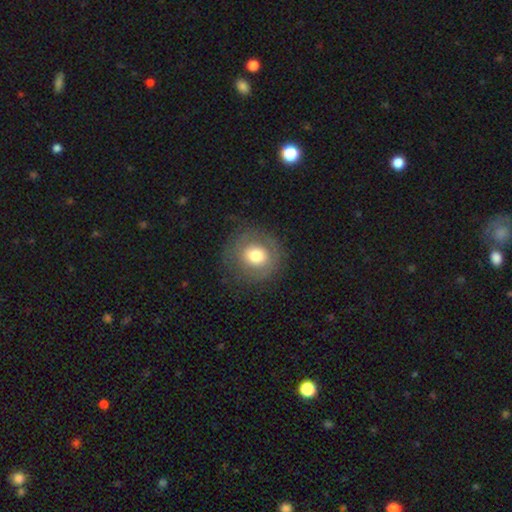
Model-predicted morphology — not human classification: Overall: smooth (62%; featured or disk 29%). How rounded: round (92%). Merging: none (78%).